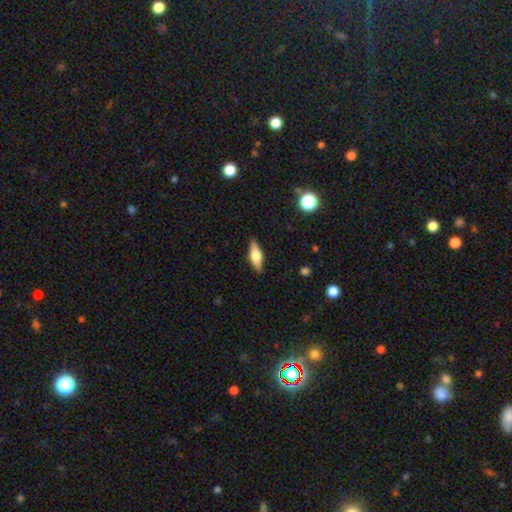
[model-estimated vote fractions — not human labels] Morphology: type=smooth (52%); roundness=in between (56%); merging=none (87%).